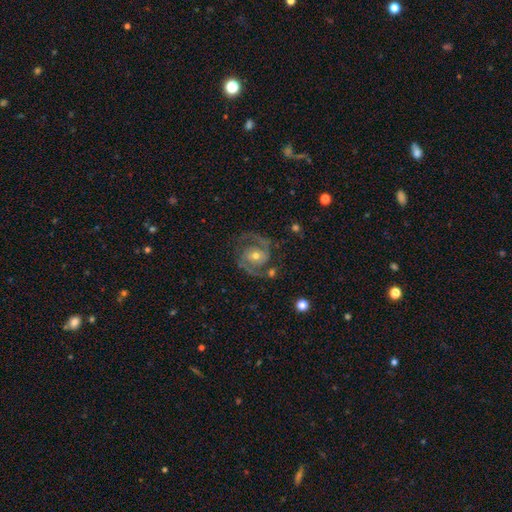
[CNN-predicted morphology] featured or disk 88%, smooth 6%, star or artifact 6%. Down the decision tree: edge-on disk — no (98%); bar — no (60%); spiral arms — yes (97%); spiral arm count — 2 (91%); spiral winding — medium (56%); bulge size — moderate (54%); merging — none (74%).